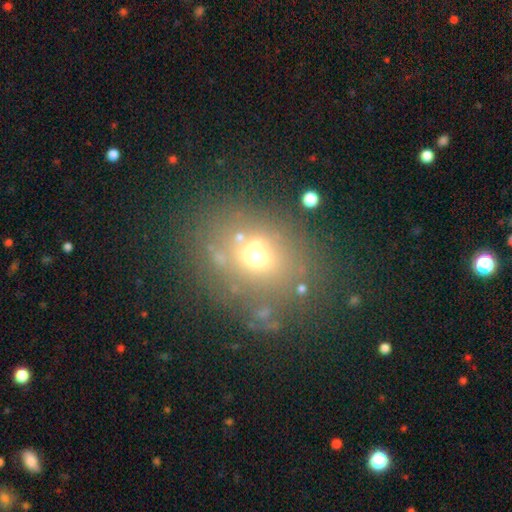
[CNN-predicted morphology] smooth 57%, star or artifact 23%, featured or disk 21%. Down the decision tree: how rounded — round (56%); merging — none (68%).